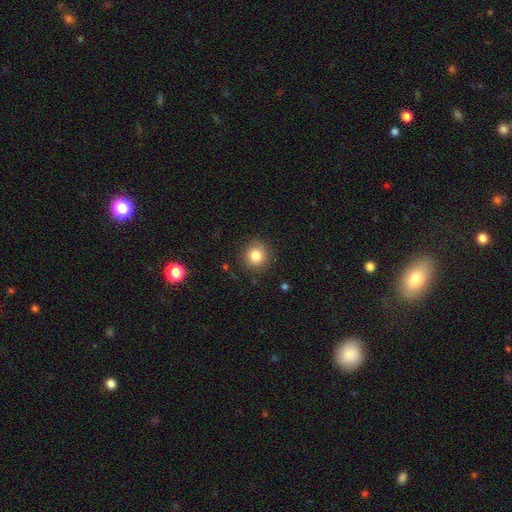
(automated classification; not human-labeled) Smooth or featured? Predicted: smooth (p=0.83). How rounded? Predicted: round (p=0.91). Merging? Predicted: none (p=0.87).